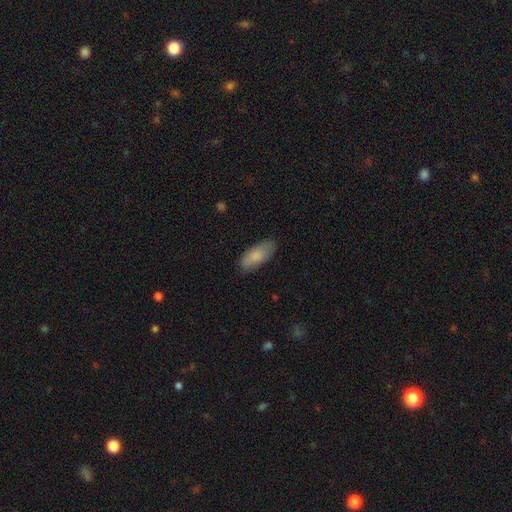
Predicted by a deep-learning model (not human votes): The model was most divided on "how rounded": in between: 83%, cigar-shaped: 15%, round: 2%. More confident: smooth or featured — smooth (83%); merging — none (82%).